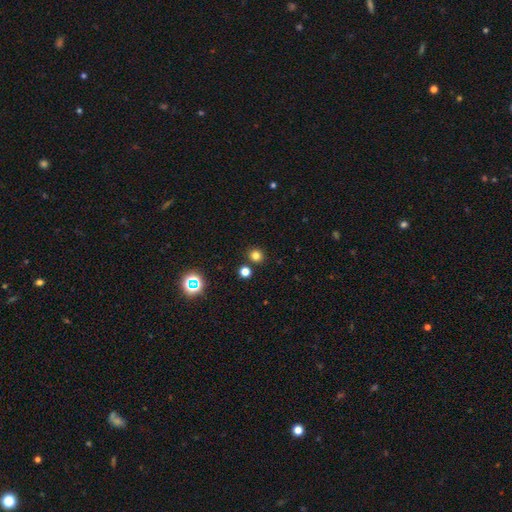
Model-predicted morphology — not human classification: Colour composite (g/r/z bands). It shows a smooth galaxy with no disk features (77%) that is round (90%). Merging: none (86%).